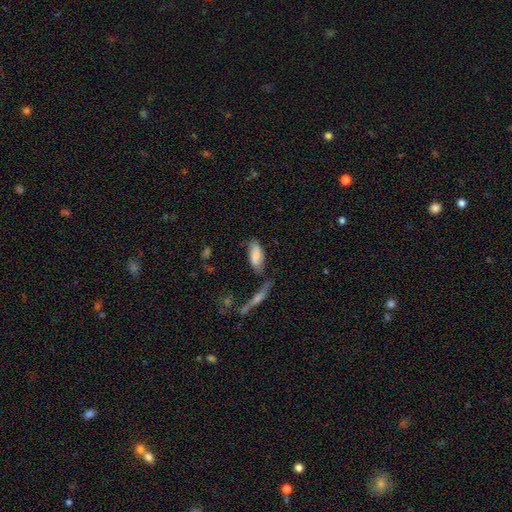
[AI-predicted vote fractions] smooth_or_featured: smooth (p=0.77) [alt: featured or disk p=0.15]
how_rounded: in between (p=0.78) [alt: cigar-shaped p=0.19]
merging: none (p=0.52) [alt: minor disturbance p=0.27]